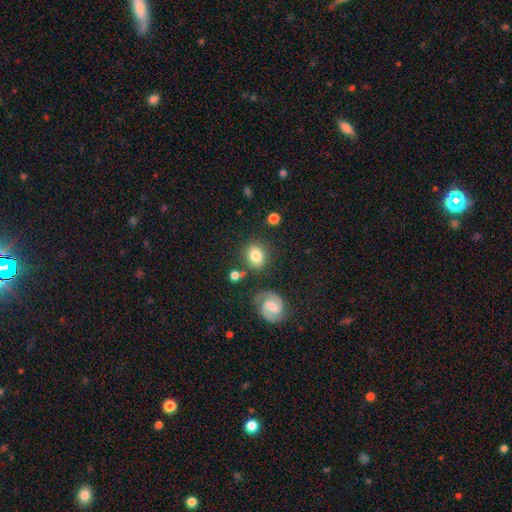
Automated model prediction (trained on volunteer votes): smooth 75%, featured or disk 16%, star or artifact 9%. Down the decision tree: how rounded — round (57%); merging — none (75%).